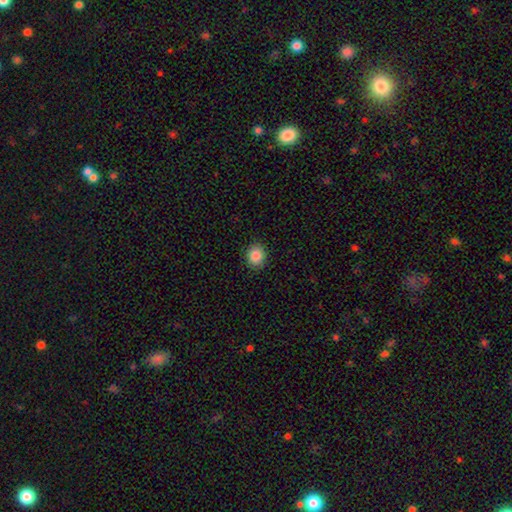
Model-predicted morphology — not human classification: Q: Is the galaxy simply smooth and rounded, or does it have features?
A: smooth — 87%.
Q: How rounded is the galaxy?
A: round — 69%.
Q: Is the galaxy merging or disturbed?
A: none — 90%.